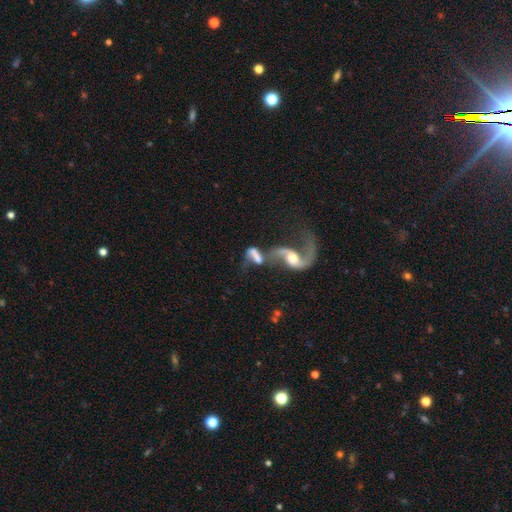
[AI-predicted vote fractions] featured or disk 60%, smooth 31%, star or artifact 9%. Down the decision tree: edge-on disk — no (92%); bar — no (45%); spiral arms — yes (73%); bulge size — moderate (45%); merging — merger (63%).